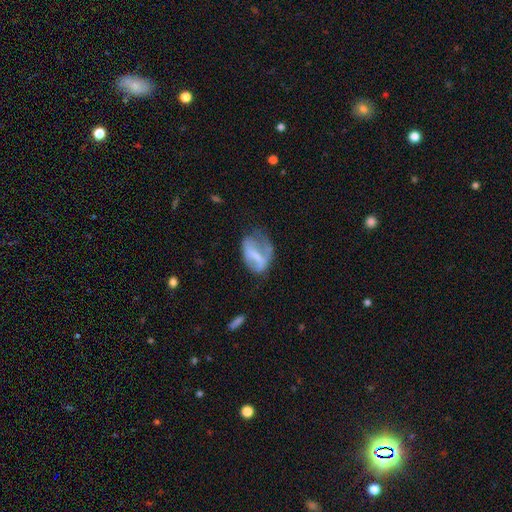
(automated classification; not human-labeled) featured or disk 50%, smooth 41%, star or artifact 8%. Down the decision tree: edge-on disk — no (95%); merging — major disturbance (36%).